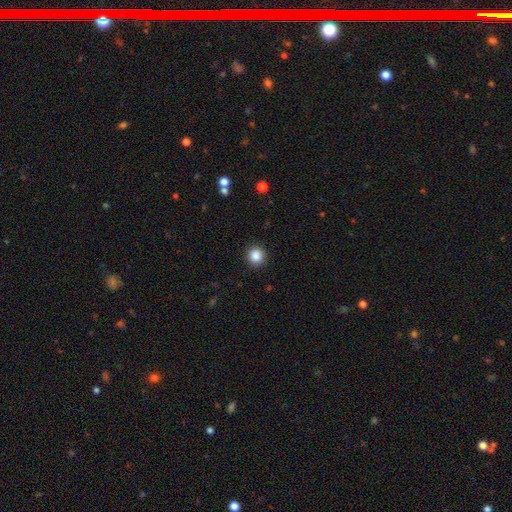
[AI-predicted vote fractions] Q: Smooth or featured?
A: smooth (86%); runner-up: star or artifact (10%)
Q: How rounded?
A: round (92%); runner-up: in between (7%)
Q: Merging?
A: none (91%); runner-up: minor disturbance (6%)